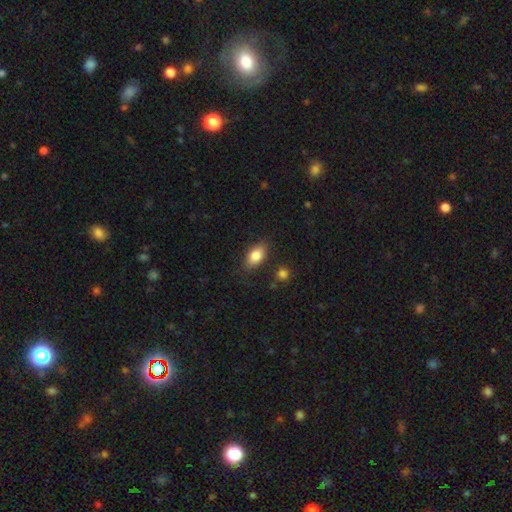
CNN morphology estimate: Smooth or featured: smooth — 83% (featured or disk — 9%)
How rounded: in between — 88% (round — 8%)
Merging: none — 81% (minor disturbance — 13%)